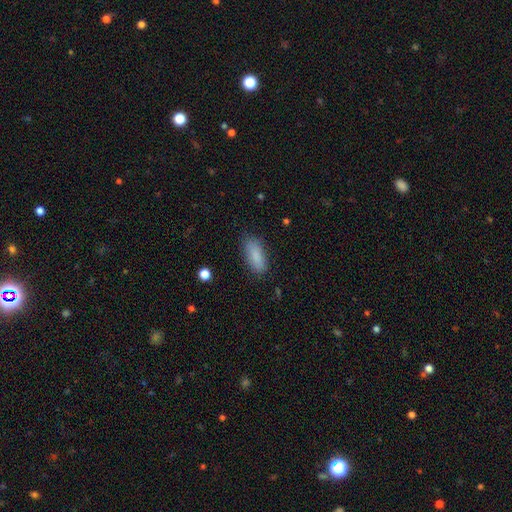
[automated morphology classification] smooth-or-featured: smooth: 87% | star or artifact: 7% | featured or disk: 6%
  how-rounded: in between: 75% | cigar-shaped: 23% | round: 2%
  merging: none: 82% | minor disturbance: 14% | major disturbance: 3% | merger: 1%